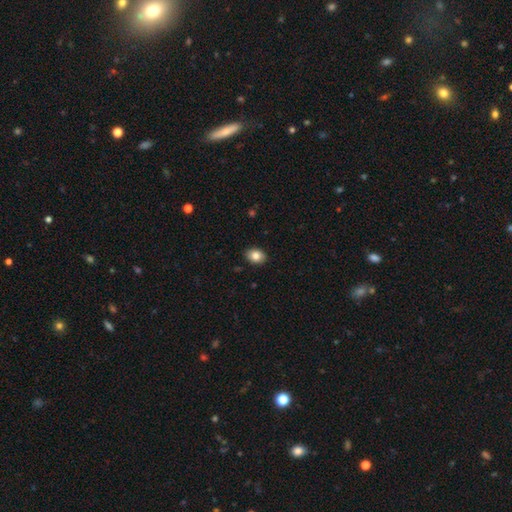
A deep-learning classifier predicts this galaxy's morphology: Smooth or featured?
  - smooth: 85% *
  - star or artifact: 8%
  - featured or disk: 7%
How rounded?
  - in between: 66% *
  - round: 33%
  - cigar-shaped: 1%
Merging?
  - none: 88% *
  - minor disturbance: 9%
  - major disturbance: 2%
  - merger: 1%